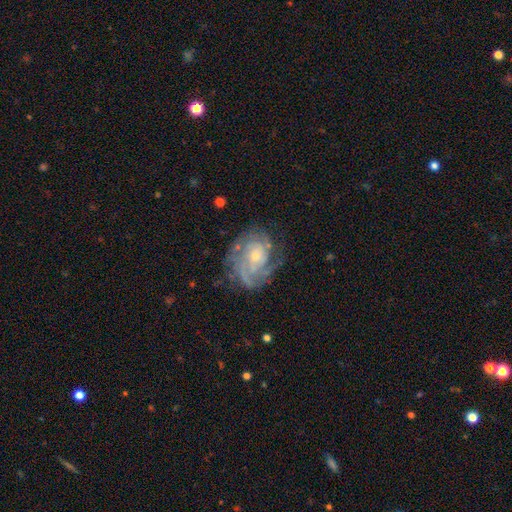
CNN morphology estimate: A featured or disk galaxy (85%) with no bar (72%), tight (60%) spiral arms (95%) and a small central bulge (71%). Merging: none (68%).